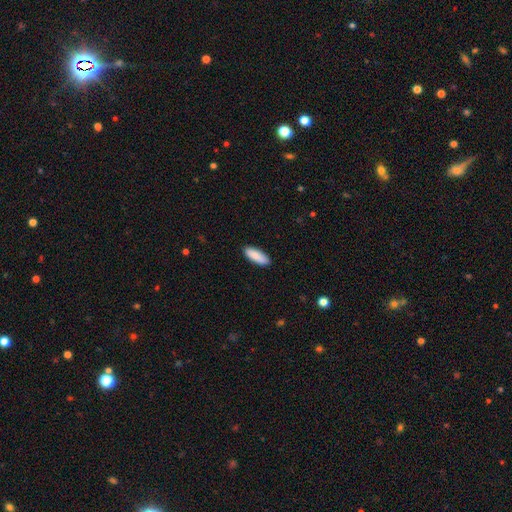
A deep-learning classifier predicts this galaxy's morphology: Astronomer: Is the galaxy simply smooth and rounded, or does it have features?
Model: smooth — 90%.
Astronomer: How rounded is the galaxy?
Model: in between — 66%.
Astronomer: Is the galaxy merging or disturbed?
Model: none — 90%.